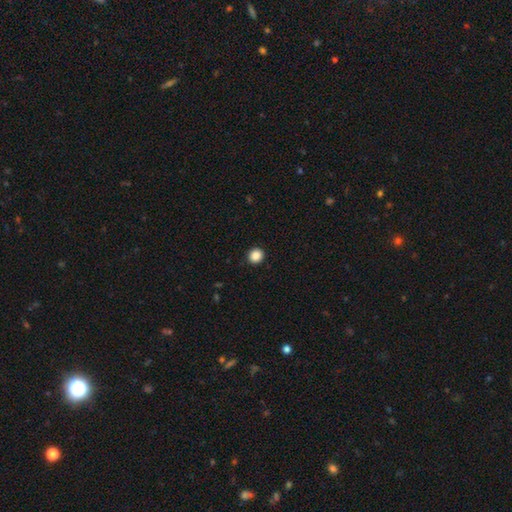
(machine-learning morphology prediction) Q: Smooth or featured?
A: smooth (87%); runner-up: star or artifact (10%)
Q: How rounded?
A: round (90%); runner-up: in between (9%)
Q: Merging?
A: none (93%); runner-up: minor disturbance (5%)